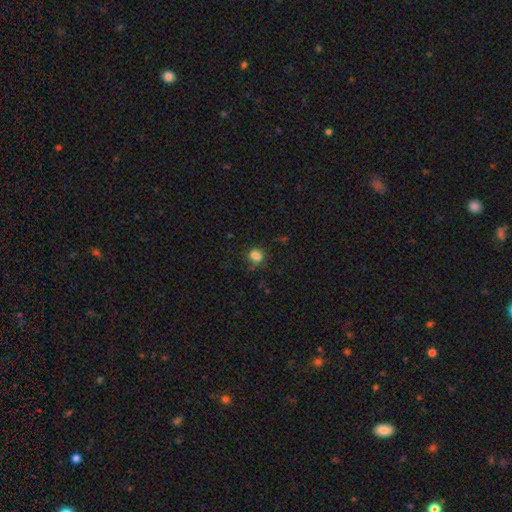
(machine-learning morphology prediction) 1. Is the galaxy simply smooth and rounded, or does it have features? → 78% smooth, 14% star or artifact, 7% featured or disk.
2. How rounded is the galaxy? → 52% round, 46% in between, 2% cigar-shaped.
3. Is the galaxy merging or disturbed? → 62% none, 22% minor disturbance, 9% major disturbance, 7% merger.